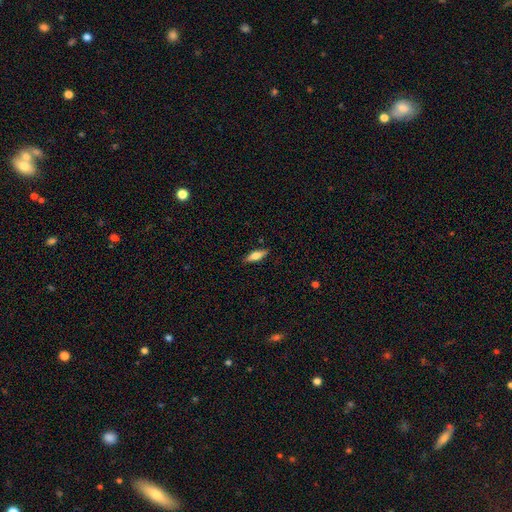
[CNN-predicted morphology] This appears to be a smooth galaxy with no disk features (59%) that is cigar-shaped (49%). Merging: none (88%).